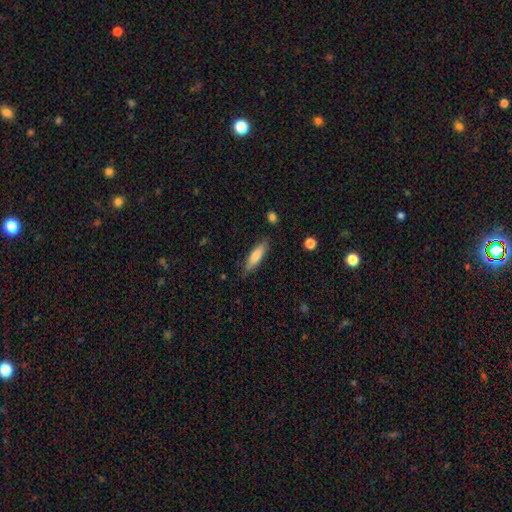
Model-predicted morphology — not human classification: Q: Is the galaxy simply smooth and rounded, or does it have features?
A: smooth — 77%.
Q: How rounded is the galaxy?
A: cigar-shaped — 65%.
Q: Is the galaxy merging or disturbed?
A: none — 83%.